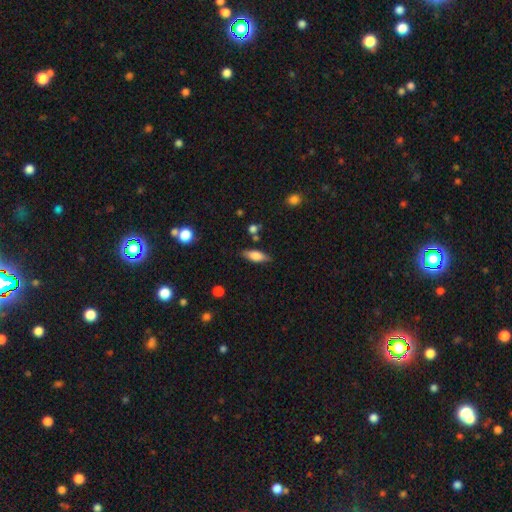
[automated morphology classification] Smooth or featured? Predicted: smooth (p=0.66). How rounded? Predicted: in between (p=0.65). Merging? Predicted: none (p=0.81).